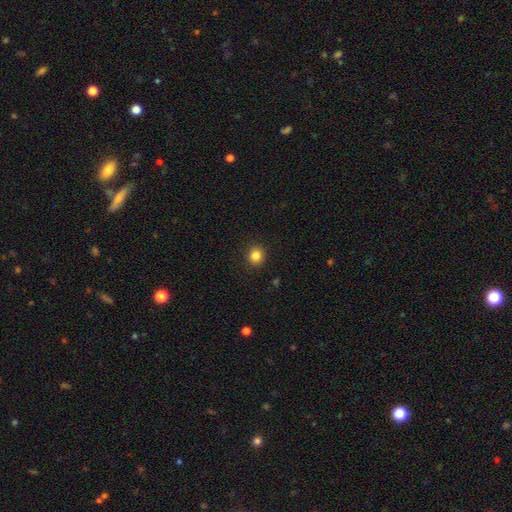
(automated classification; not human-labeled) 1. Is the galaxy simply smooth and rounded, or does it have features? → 84% smooth, 11% star or artifact, 5% featured or disk.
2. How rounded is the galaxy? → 86% round, 13% in between, 1% cigar-shaped.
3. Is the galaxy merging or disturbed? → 92% none, 6% minor disturbance, 2% major disturbance, 1% merger.